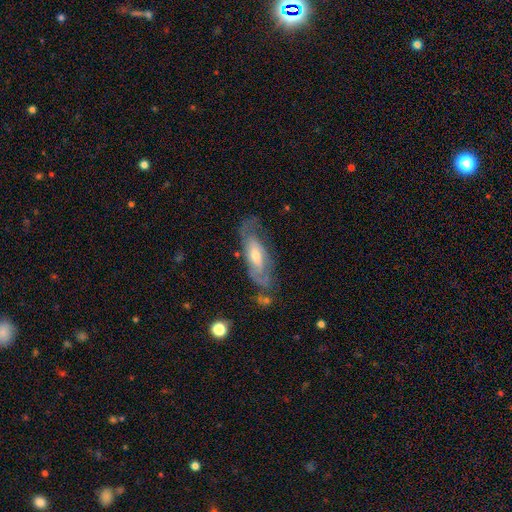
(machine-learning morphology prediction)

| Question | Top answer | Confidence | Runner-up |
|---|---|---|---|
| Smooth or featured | featured or disk | 72% | smooth (23%) |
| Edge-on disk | no | 83% | yes (17%) |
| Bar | no | 47% | weak (40%) |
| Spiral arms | yes | 83% | no (17%) |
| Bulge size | moderate | 59% | small (26%) |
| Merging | none | 58% | minor disturbance (24%) |